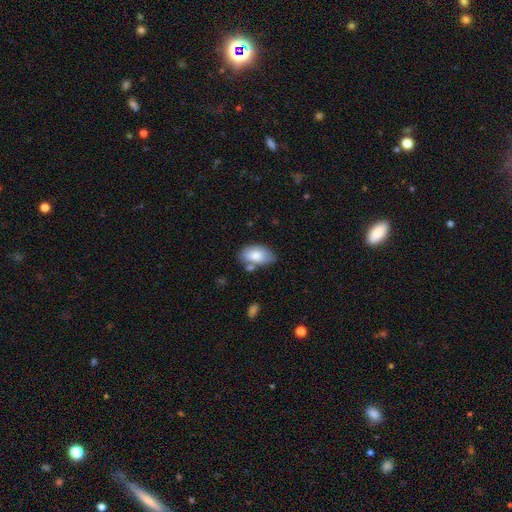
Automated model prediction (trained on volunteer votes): A smooth galaxy with no disk features (80%) that is in between round and cigar-shaped (93%). Merging: none (55%).